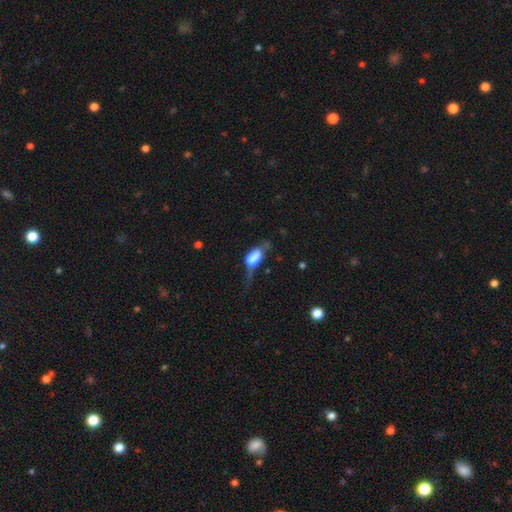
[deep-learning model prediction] A smooth galaxy with no disk features (63%) that is in between round and cigar-shaped (81%).

Vote fractions:
- Smooth or featured? smooth: 63% / featured or disk: 28% / star or artifact: 10%
- How rounded? in between: 81% / cigar-shaped: 10% / round: 9%
- Merging? major disturbance: 42% / minor disturbance: 25% / none: 20% / merger: 12%